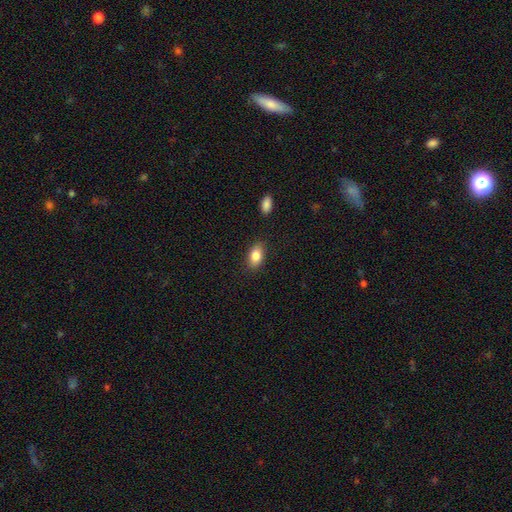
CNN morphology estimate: Overall: smooth (85%). How rounded: in between (89%). Merging: none (86%).